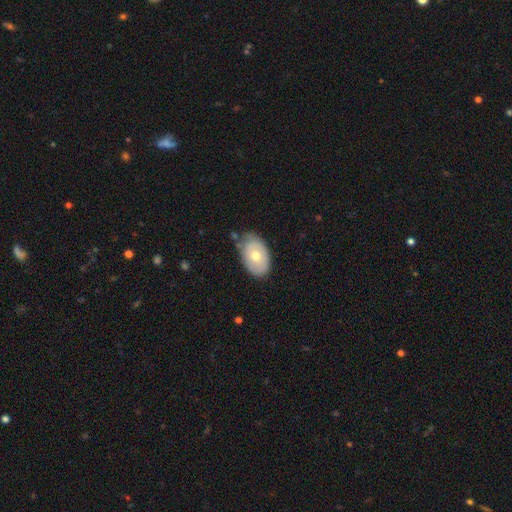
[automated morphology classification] A smooth galaxy with no disk features (56%) that is in between round and cigar-shaped (88%).

Vote fractions:
- Smooth or featured? smooth: 56% / featured or disk: 37% / star or artifact: 7%
- How rounded? in between: 88% / round: 11% / cigar-shaped: 1%
- Merging? none: 71% / minor disturbance: 22% / major disturbance: 4% / merger: 2%